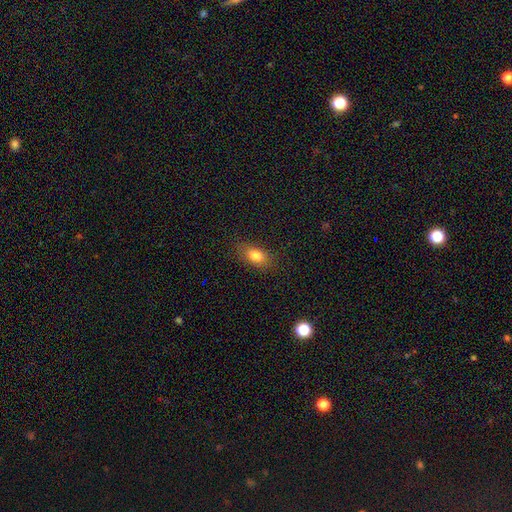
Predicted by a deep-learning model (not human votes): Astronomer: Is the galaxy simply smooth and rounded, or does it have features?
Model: smooth — 81%.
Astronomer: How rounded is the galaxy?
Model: in between — 82%.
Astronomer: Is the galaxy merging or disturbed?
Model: none — 82%.